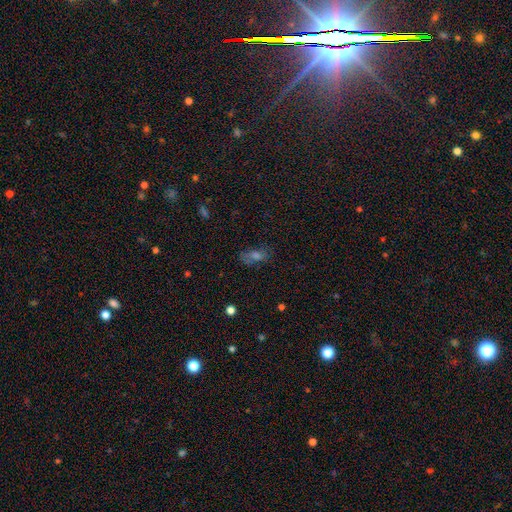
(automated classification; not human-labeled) Smooth or featured: smooth — 46% (featured or disk — 29%)
Merging: none — 68% (minor disturbance — 20%)